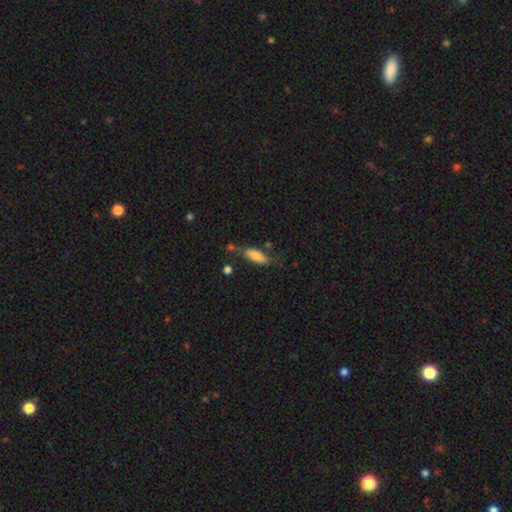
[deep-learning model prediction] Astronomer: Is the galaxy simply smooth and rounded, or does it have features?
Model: smooth — 76%.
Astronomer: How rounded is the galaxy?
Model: in between — 66%.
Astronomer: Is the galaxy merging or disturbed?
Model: none — 55%.